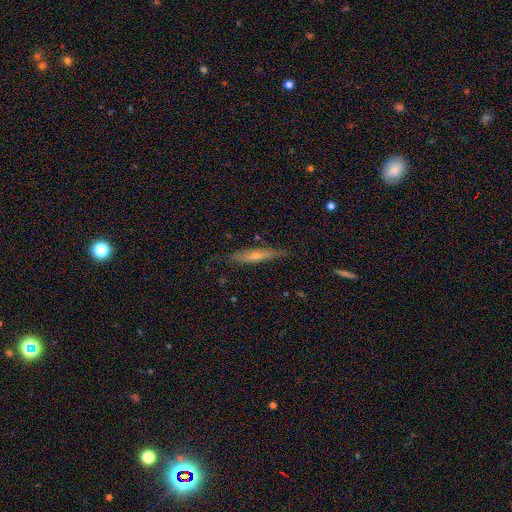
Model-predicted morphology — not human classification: The model was most divided on "smooth or featured": featured or disk: 52%, smooth: 41%, star or artifact: 7%. More confident: edge-on disk — yes (90%); merging — none (82%).